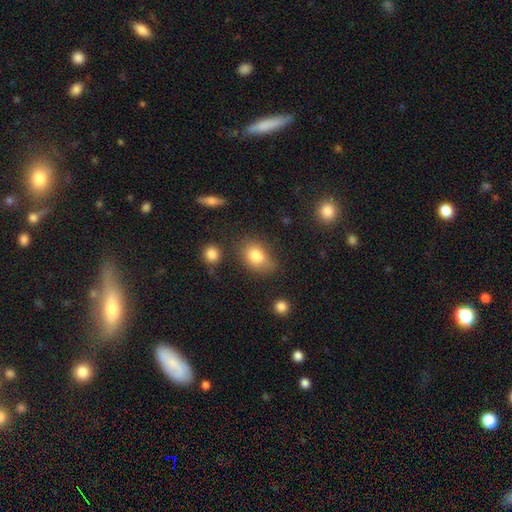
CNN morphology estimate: smooth 80%, featured or disk 10%, star or artifact 9%. Down the decision tree: how rounded — in between (73%); merging — none (58%).